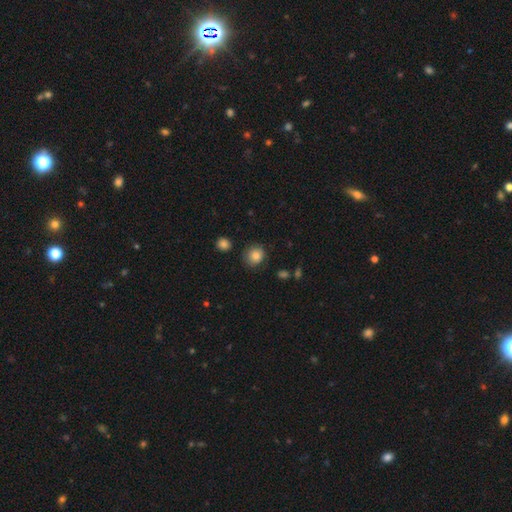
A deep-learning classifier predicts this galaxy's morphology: smooth_or_featured: smooth (p=0.84) [alt: star or artifact p=0.09]
how_rounded: round (p=0.80) [alt: in between p=0.19]
merging: none (p=0.83) [alt: minor disturbance p=0.12]